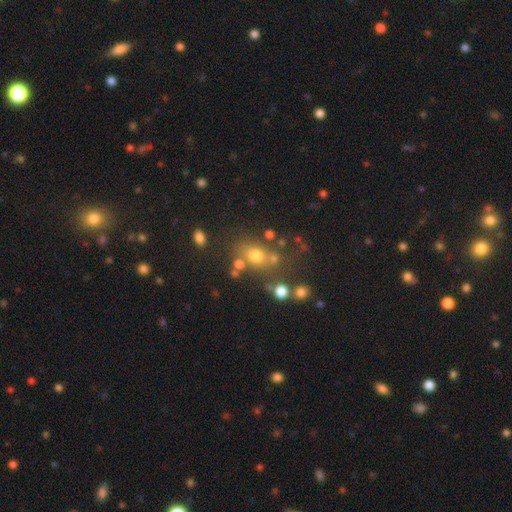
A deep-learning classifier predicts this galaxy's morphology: type=smooth (65%); roundness=round (51%); merging=none (61%).